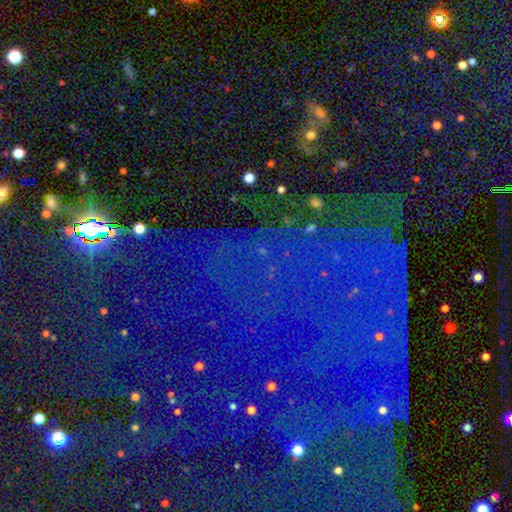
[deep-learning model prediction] A star or artifact, not a galaxy (84%).